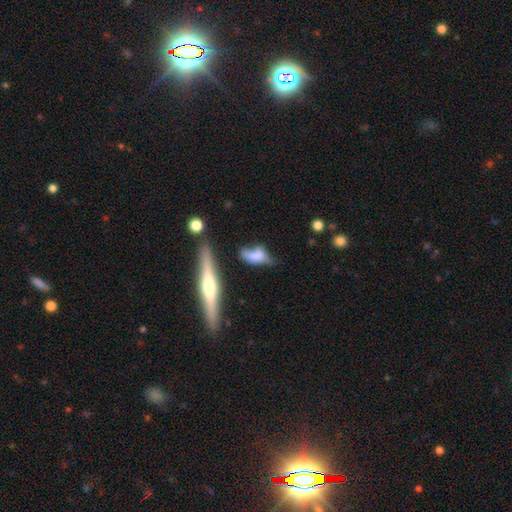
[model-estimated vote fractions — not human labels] The model was most divided on "merging": none: 35%, minor disturbance: 30%, major disturbance: 20%, merger: 15%. More confident: how rounded — in between (69%); smooth or featured — smooth (59%).